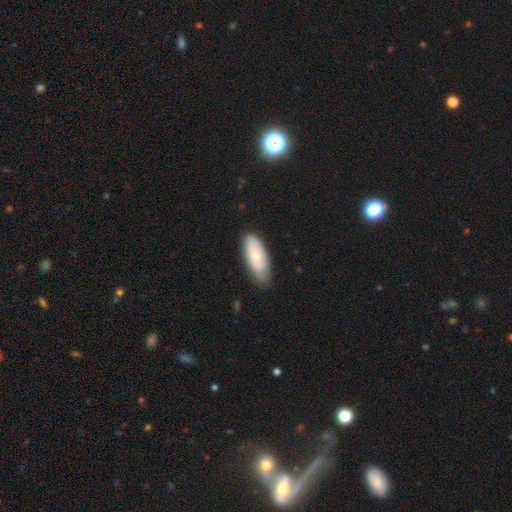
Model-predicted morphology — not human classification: type=smooth (58%); roundness=in between (81%); merging=none (72%).